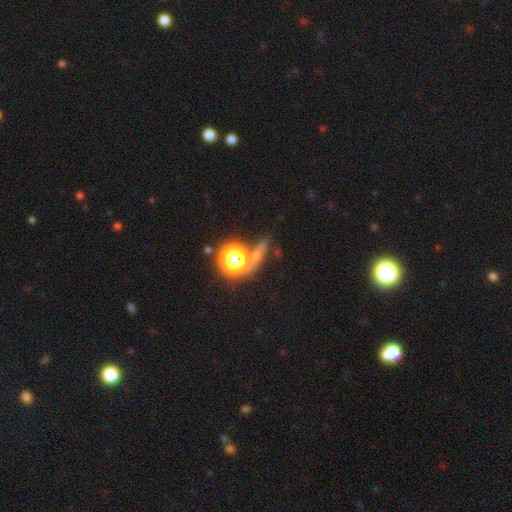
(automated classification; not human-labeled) smooth 44%, star or artifact 39%, featured or disk 17%. Down the decision tree: merging — none (63%).